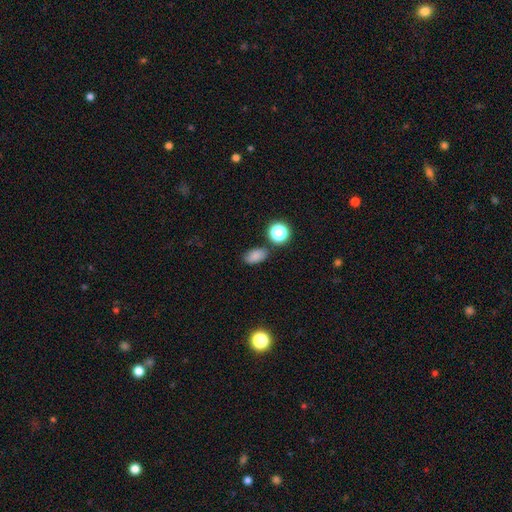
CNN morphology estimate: smooth-or-featured: smooth: 79% | star or artifact: 14% | featured or disk: 6%
  how-rounded: in between: 86% | round: 12% | cigar-shaped: 2%
  merging: none: 78% | minor disturbance: 14% | merger: 5% | major disturbance: 3%